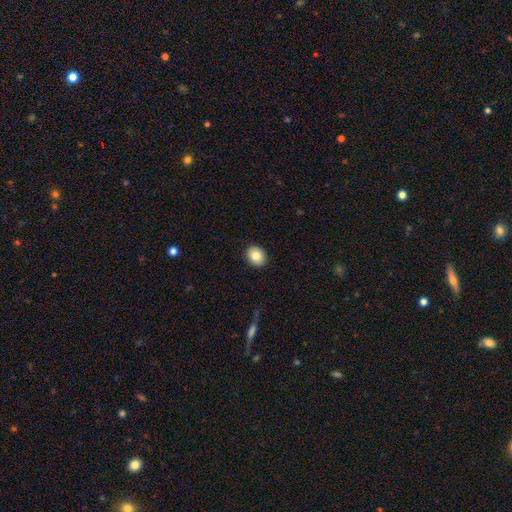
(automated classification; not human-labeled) This appears to be a smooth galaxy with no disk features (82%) that is round (61%). Merging: none (91%).